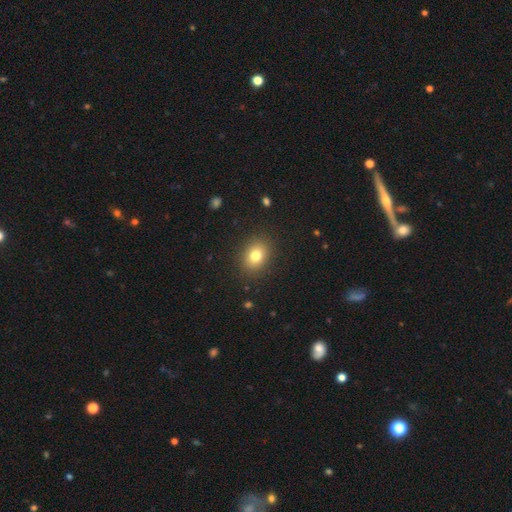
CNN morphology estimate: The model was most divided on "how rounded": in between: 56%, round: 43%, cigar-shaped: 1%. More confident: merging — none (88%); smooth or featured — smooth (79%).